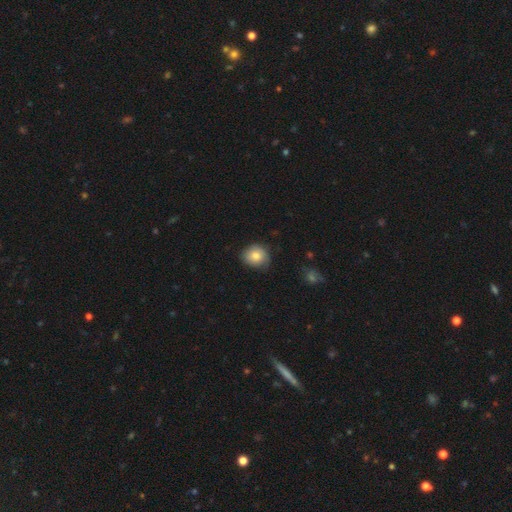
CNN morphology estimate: Smooth or featured: smooth — 80% (featured or disk — 12%)
How rounded: round — 78% (in between — 21%)
Merging: none — 71% (minor disturbance — 23%)